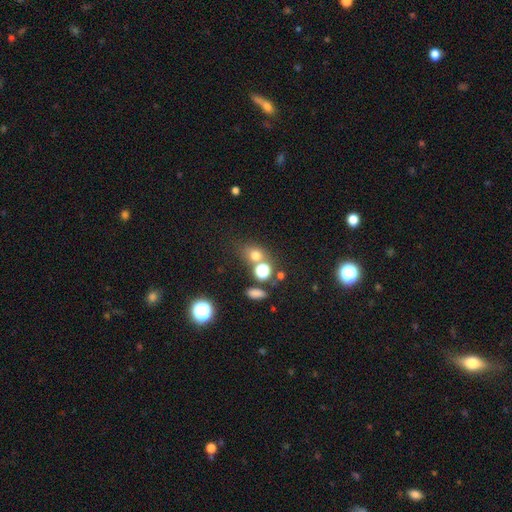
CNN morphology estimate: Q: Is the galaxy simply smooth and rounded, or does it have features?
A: smooth — 67%.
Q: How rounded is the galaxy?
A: round — 65%.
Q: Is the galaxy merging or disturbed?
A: none — 61%.